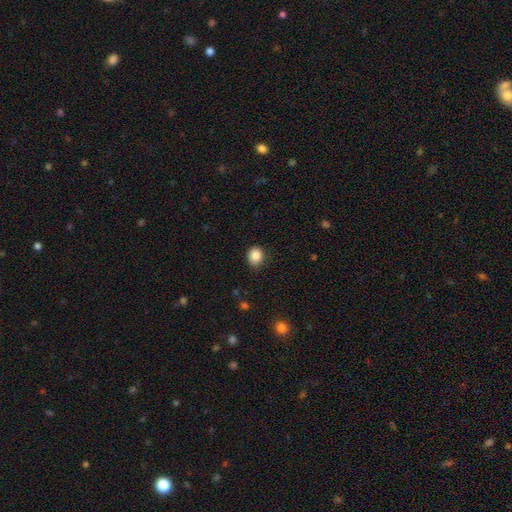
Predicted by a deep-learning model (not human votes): Smooth or featured?
  - smooth: 87% *
  - star or artifact: 9%
  - featured or disk: 4%
How rounded?
  - round: 72% *
  - in between: 28%
  - cigar-shaped: 1%
Merging?
  - none: 84% *
  - minor disturbance: 13%
  - major disturbance: 2%
  - merger: 1%